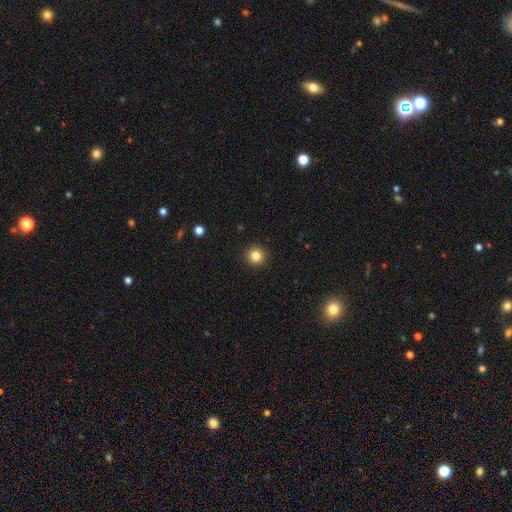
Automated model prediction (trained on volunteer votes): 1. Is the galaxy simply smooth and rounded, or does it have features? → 83% smooth, 11% star or artifact, 5% featured or disk.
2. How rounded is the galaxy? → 96% round, 3% in between, 1% cigar-shaped.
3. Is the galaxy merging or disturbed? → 93% none, 4% minor disturbance, 2% major disturbance, 1% merger.